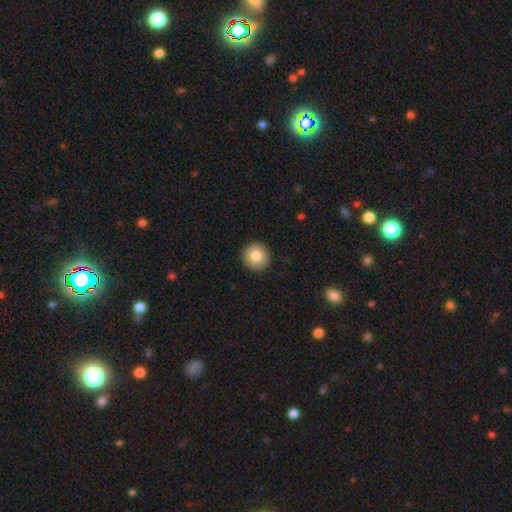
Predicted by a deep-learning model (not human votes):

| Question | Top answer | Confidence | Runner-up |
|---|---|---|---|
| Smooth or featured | smooth | 83% | featured or disk (9%) |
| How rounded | round | 92% | in between (8%) |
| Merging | none | 91% | minor disturbance (6%) |